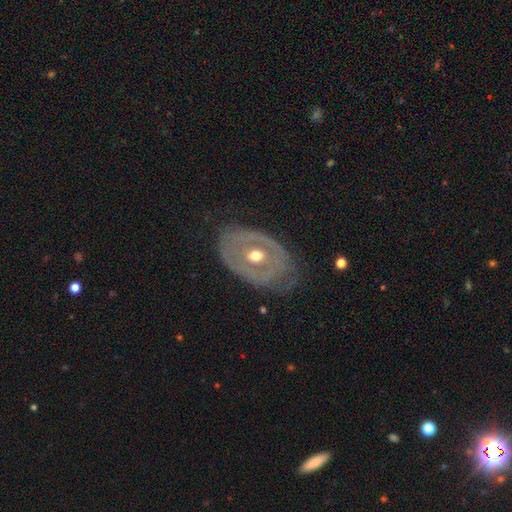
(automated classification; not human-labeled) This appears to be a featured or disk galaxy (73%) with no bar (80%), no spiral arms (63%) and a moderate central bulge (79%). Merging: none (63%).